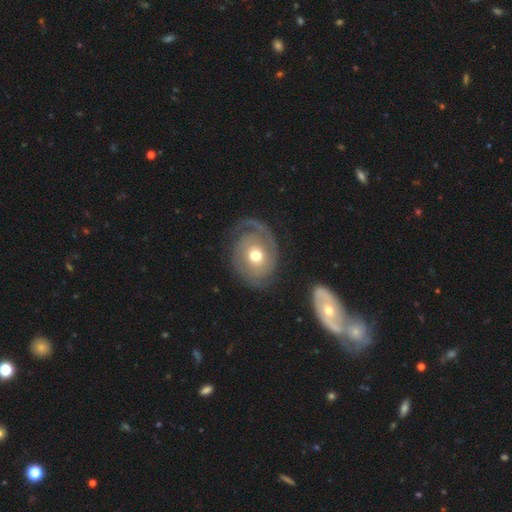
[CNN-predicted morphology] Q: Smooth or featured?
A: featured or disk (79%); runner-up: smooth (15%)
Q: Edge-on disk?
A: no (97%); runner-up: yes (3%)
Q: Bar?
A: no (77%); runner-up: weak (18%)
Q: Spiral arms?
A: yes (90%); runner-up: no (10%)
Q: Spiral winding?
A: tight (56%); runner-up: medium (30%)
Q: Spiral arm count?
A: 2 (66%); runner-up: 1 (13%)
Q: Bulge size?
A: moderate (76%); runner-up: small (12%)
Q: Merging?
A: none (71%); runner-up: minor disturbance (16%)